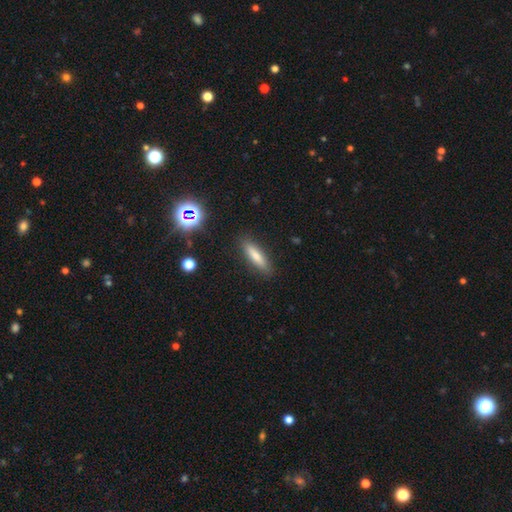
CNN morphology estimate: Q: Smooth or featured?
A: smooth (74%); runner-up: featured or disk (18%)
Q: How rounded?
A: cigar-shaped (72%); runner-up: in between (26%)
Q: Merging?
A: none (88%); runner-up: minor disturbance (9%)